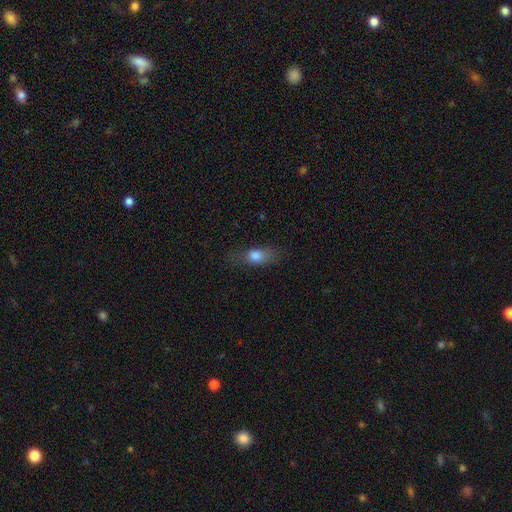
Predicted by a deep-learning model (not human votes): Smooth or featured? Predicted: smooth (p=0.75). How rounded? Predicted: in between (p=0.70). Merging? Predicted: none (p=0.65).